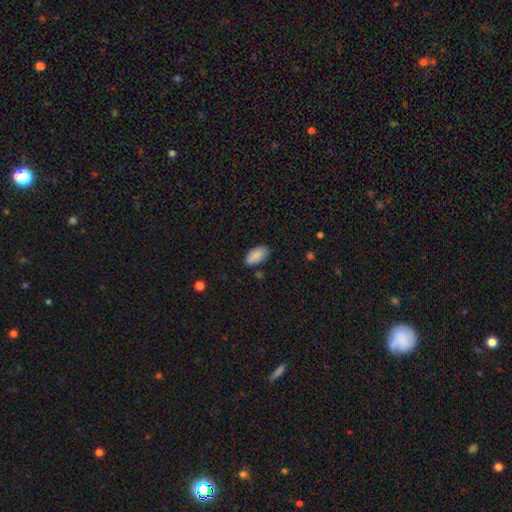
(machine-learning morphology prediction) smooth_or_featured: smooth (p=0.88) [alt: star or artifact p=0.07]
how_rounded: in between (p=0.93) [alt: cigar-shaped p=0.04]
merging: none (p=0.79) [alt: minor disturbance p=0.16]